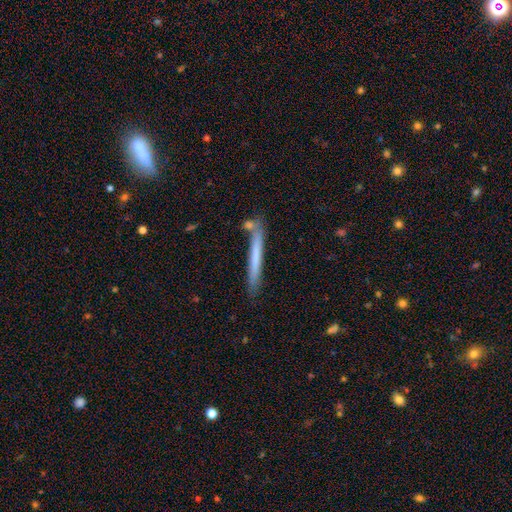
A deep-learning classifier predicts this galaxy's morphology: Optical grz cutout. It shows a smooth galaxy with no disk features (62%) that is cigar-shaped (97%). Merging: none (78%).